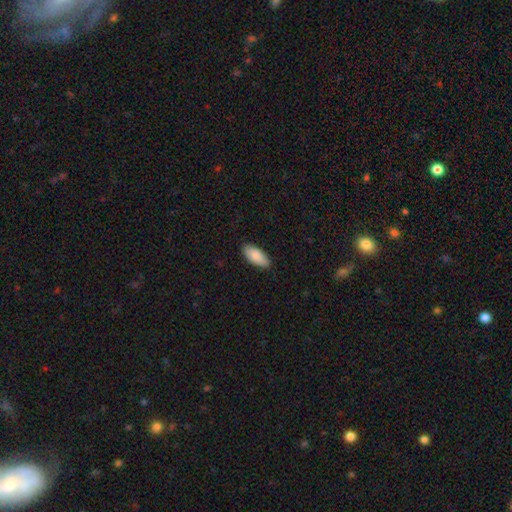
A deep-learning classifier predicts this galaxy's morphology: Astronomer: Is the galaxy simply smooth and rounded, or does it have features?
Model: smooth — 88%.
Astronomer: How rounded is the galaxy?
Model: in between — 89%.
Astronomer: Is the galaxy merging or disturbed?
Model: none — 87%.